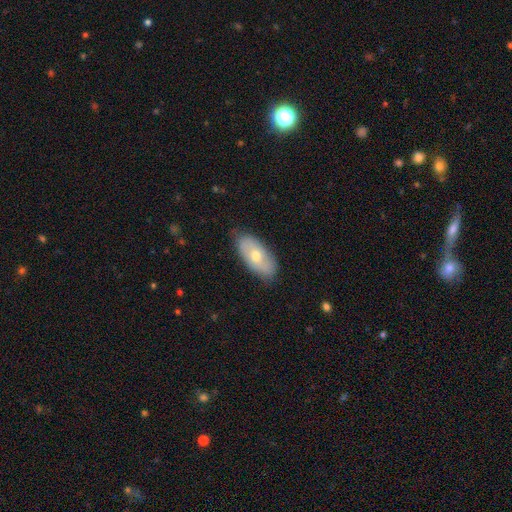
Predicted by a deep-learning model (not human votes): This is possibly a smooth galaxy (56%). How rounded: clearly in between (92%). Merging: clearly none (81%).